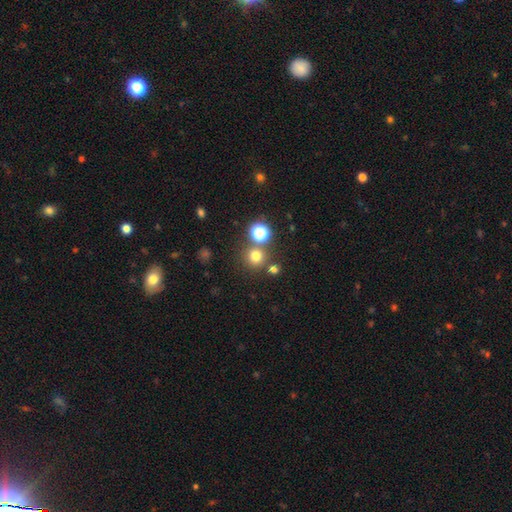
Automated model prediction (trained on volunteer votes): smooth_or_featured: smooth (p=0.72) [alt: star or artifact p=0.22]
how_rounded: round (p=0.93) [alt: in between p=0.07]
merging: none (p=0.77) [alt: merger p=0.13]